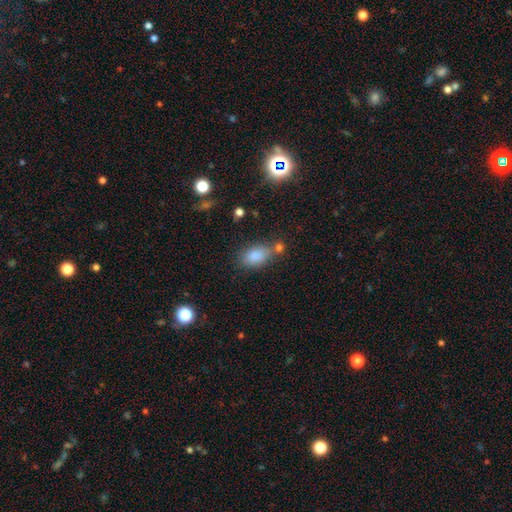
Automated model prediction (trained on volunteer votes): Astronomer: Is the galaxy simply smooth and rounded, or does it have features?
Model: smooth — 85%.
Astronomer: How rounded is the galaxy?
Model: in between — 89%.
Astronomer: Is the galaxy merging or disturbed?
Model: none — 59%.